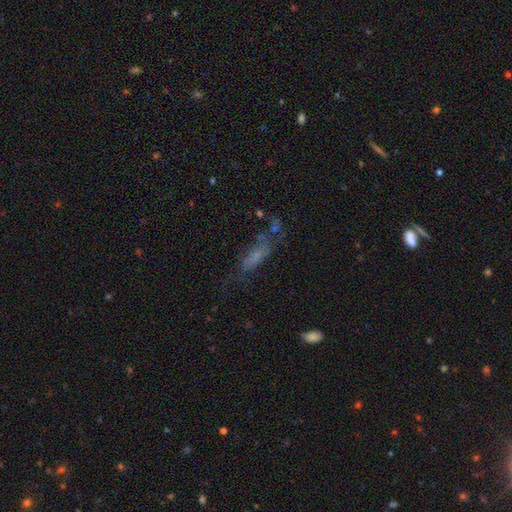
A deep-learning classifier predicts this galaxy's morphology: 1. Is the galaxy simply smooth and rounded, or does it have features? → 49% smooth, 32% featured or disk, 19% star or artifact.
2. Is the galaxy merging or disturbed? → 42% none, 25% major disturbance, 22% minor disturbance, 11% merger.